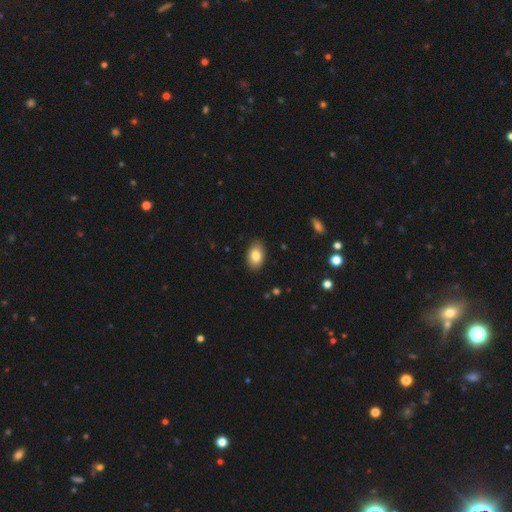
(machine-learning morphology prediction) smooth-or-featured: smooth: 83% | featured or disk: 9% | star or artifact: 8%
  how-rounded: in between: 89% | round: 10% | cigar-shaped: 1%
  merging: none: 87% | minor disturbance: 10% | major disturbance: 2% | merger: 1%